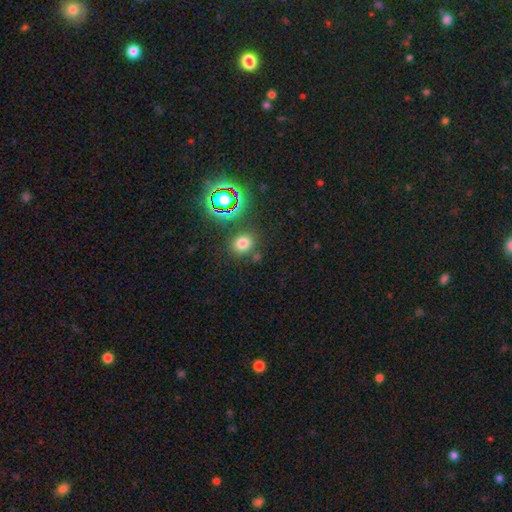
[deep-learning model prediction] This appears to be a smooth galaxy with no disk features (57%) that is round (76%). Merging: none (81%).